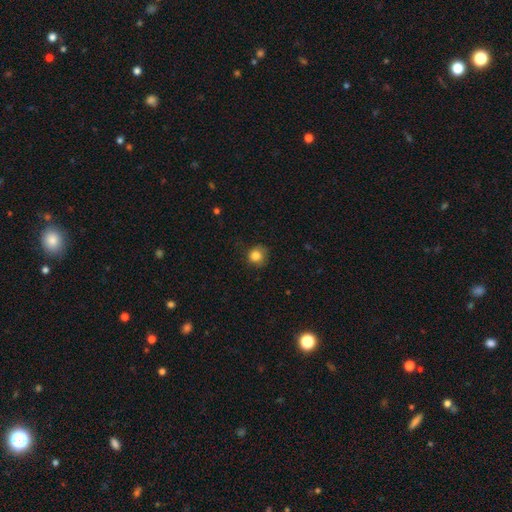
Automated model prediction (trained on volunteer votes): Morphology: type=smooth (83%); roundness=round (85%); merging=none (71%).